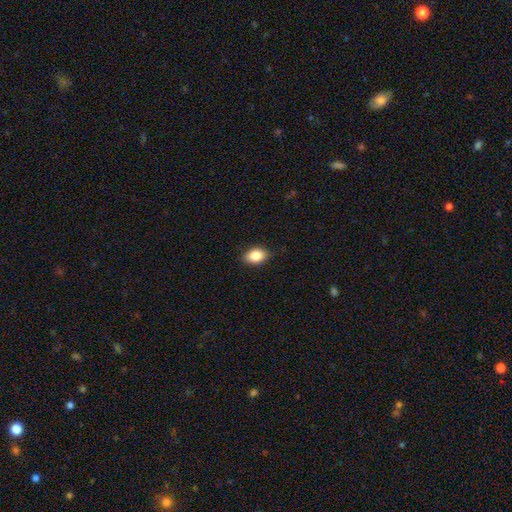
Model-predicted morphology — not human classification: This appears to be a smooth galaxy with no disk features (86%) that is in between round and cigar-shaped (85%). Merging: none (86%).